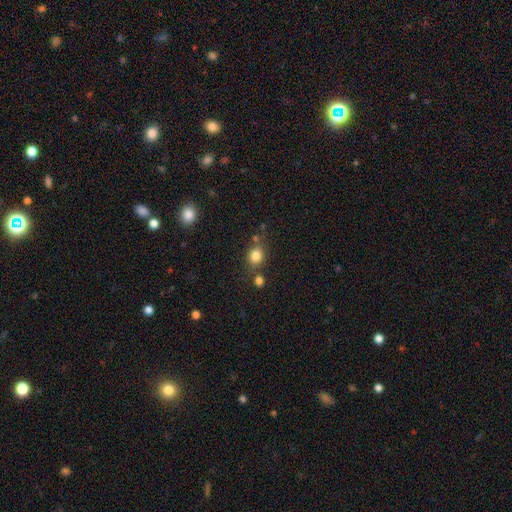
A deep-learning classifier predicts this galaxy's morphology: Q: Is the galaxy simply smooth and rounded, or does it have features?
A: smooth — 81%.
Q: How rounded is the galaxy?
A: round — 66%.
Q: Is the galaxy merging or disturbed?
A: none — 69%.